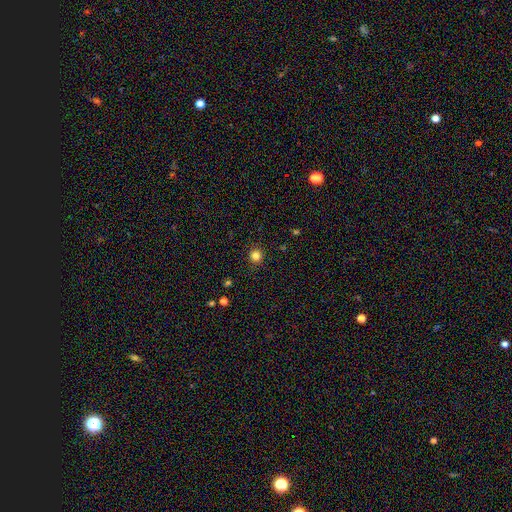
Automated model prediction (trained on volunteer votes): Smooth or featured: smooth — 82% (star or artifact — 13%)
How rounded: round — 94% (in between — 5%)
Merging: none — 91% (minor disturbance — 6%)